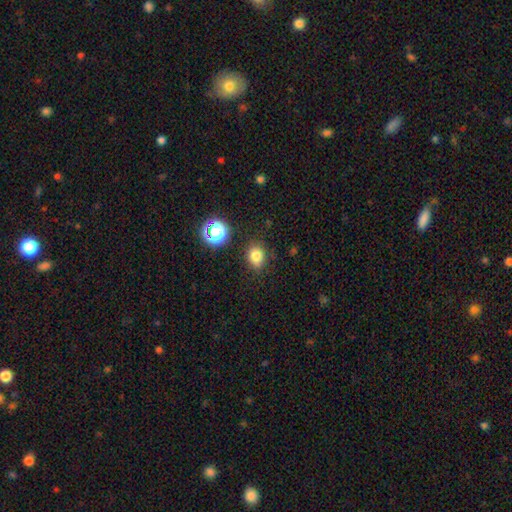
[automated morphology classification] smooth-or-featured: smooth: 79% | star or artifact: 15% | featured or disk: 6%
  how-rounded: round: 51% | in between: 48% | cigar-shaped: 1%
  merging: none: 81% | minor disturbance: 13% | major disturbance: 3% | merger: 2%